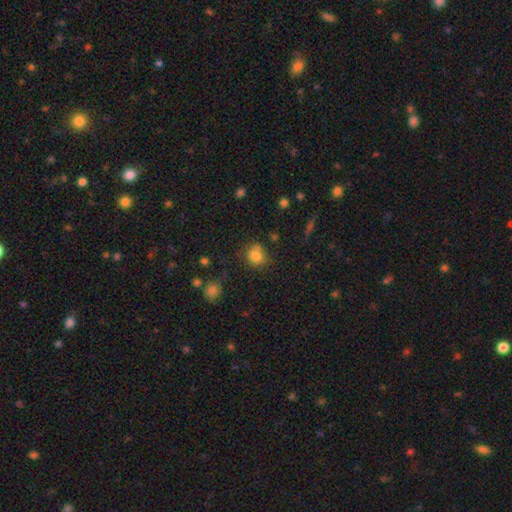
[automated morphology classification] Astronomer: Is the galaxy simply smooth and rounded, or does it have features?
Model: smooth — 80%.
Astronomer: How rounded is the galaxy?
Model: round — 76%.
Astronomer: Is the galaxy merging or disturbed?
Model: none — 65%.